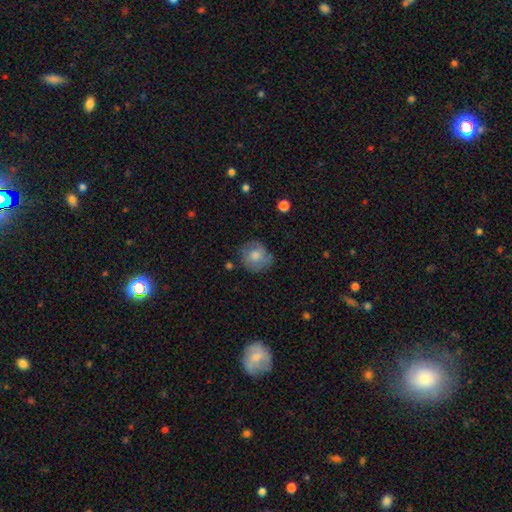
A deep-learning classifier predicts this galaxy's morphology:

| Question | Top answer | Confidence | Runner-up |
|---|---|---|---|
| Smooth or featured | smooth | 70% | featured or disk (22%) |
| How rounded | round | 84% | in between (15%) |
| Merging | none | 66% | minor disturbance (24%) |